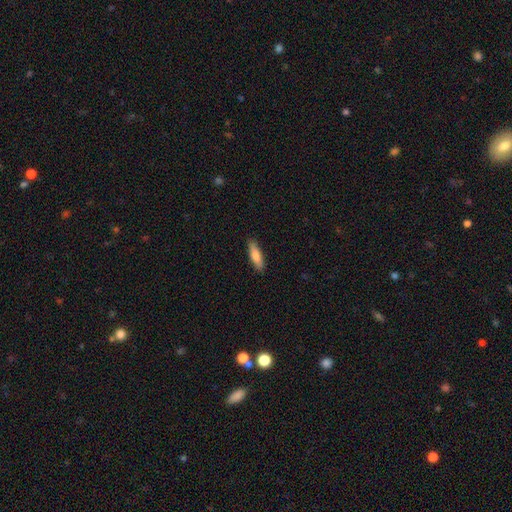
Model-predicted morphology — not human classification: Q: Smooth or featured?
A: smooth (78%); runner-up: featured or disk (17%)
Q: How rounded?
A: cigar-shaped (62%); runner-up: in between (37%)
Q: Merging?
A: none (88%); runner-up: minor disturbance (9%)